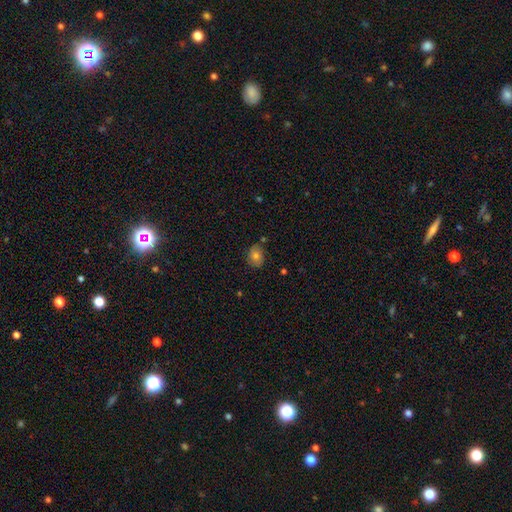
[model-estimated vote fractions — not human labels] Smooth or featured? Predicted: smooth (p=0.75). How rounded? Predicted: in between (p=0.55). Merging? Predicted: none (p=0.74).